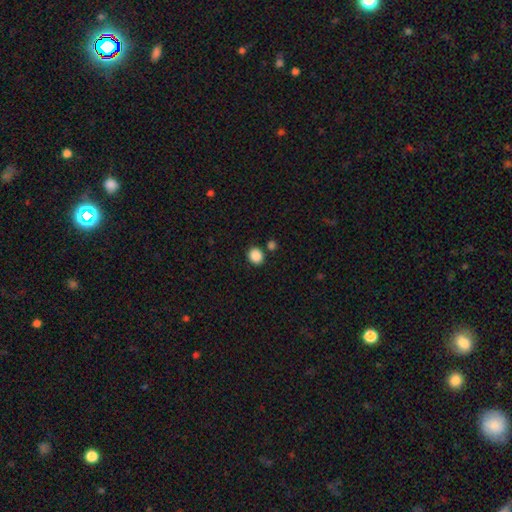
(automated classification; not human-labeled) This appears to be a smooth galaxy with no disk features (87%) that is round (74%). Merging: none (82%).